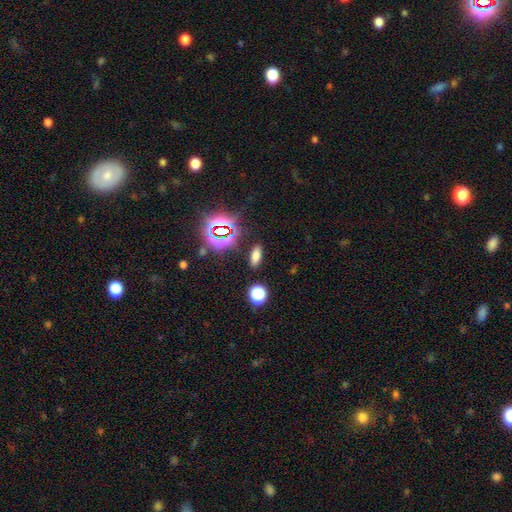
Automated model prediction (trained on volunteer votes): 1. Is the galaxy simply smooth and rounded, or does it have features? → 66% smooth, 24% star or artifact, 10% featured or disk.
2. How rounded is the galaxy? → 67% in between, 26% cigar-shaped, 7% round.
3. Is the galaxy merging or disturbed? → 87% none, 8% minor disturbance, 3% major disturbance, 2% merger.